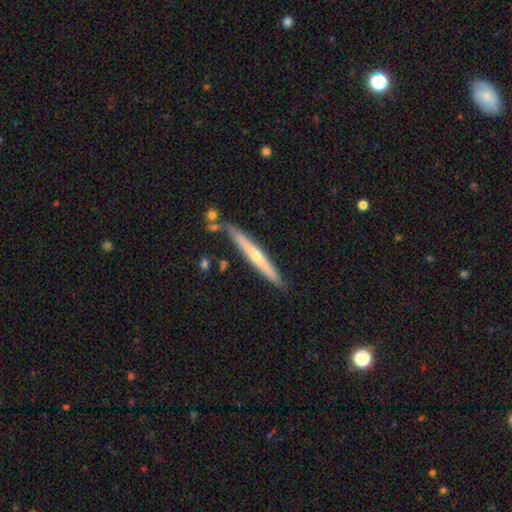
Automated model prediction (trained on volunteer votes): A featured or disk galaxy (64%) viewed edge-on (96%) with a rounded central bulge (65%).

Vote fractions:
- Smooth or featured? featured or disk: 64% / smooth: 29% / star or artifact: 7%
- Edge-on disk? yes: 96% / no: 4%
- Edge-on bulge? rounded: 65% / none: 31% / boxy: 5%
- Merging? none: 83% / minor disturbance: 11% / merger: 4% / major disturbance: 2%